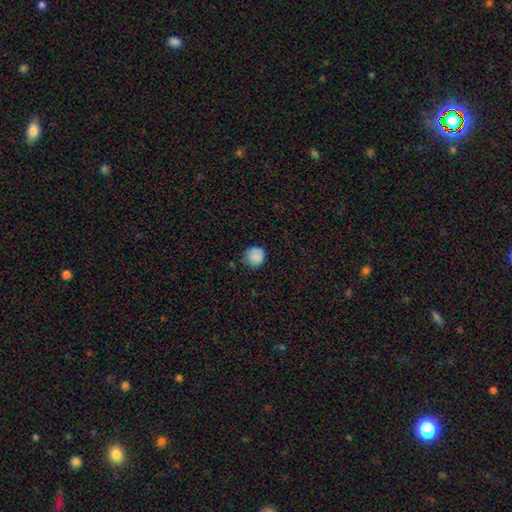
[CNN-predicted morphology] Q: Smooth or featured?
A: smooth (84%); runner-up: star or artifact (9%)
Q: How rounded?
A: round (88%); runner-up: in between (11%)
Q: Merging?
A: none (74%); runner-up: minor disturbance (20%)